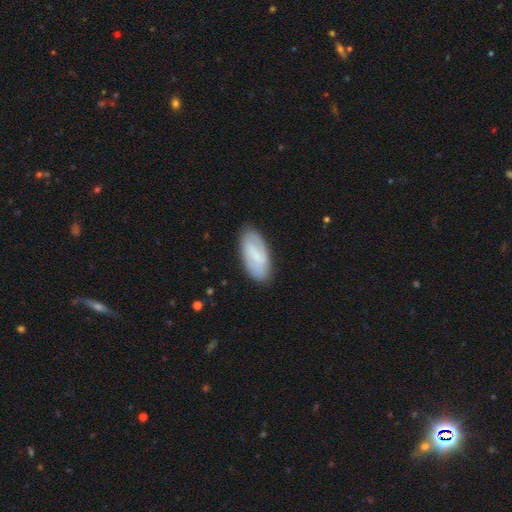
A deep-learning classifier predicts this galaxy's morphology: Smooth or featured?
  - smooth: 50% *
  - featured or disk: 43%
  - star or artifact: 7%
How rounded?
  - in between: 89% *
  - cigar-shaped: 8%
  - round: 3%
Merging?
  - none: 83% *
  - minor disturbance: 13%
  - major disturbance: 3%
  - merger: 1%